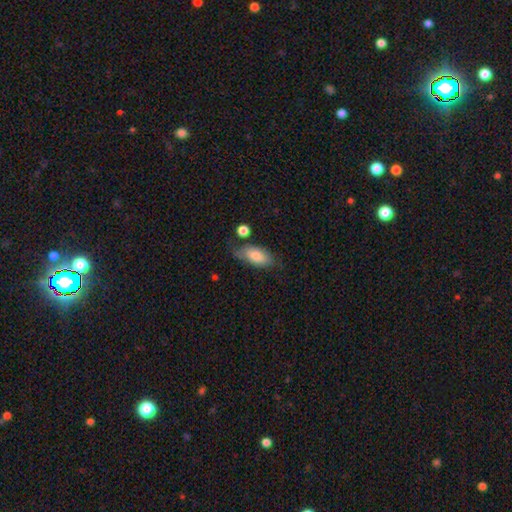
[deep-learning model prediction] Q: Smooth or featured?
A: smooth (79%); runner-up: featured or disk (14%)
Q: How rounded?
A: in between (88%); runner-up: cigar-shaped (9%)
Q: Merging?
A: none (60%); runner-up: minor disturbance (26%)